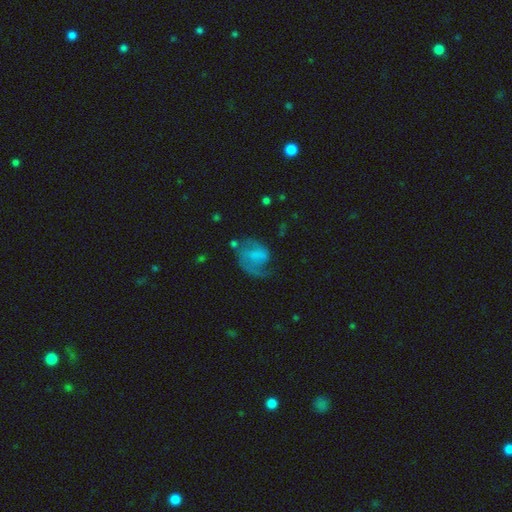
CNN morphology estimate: Overall: featured or disk (62%; smooth 29%). Edge-on disk: no (98%). Bar: no (43%, tied with weak). Spiral arms: yes (84%). Spiral arm count: 2 (60%; 1 29%). Spiral winding: medium (46%; loose 34%). Bulge size: none (49%; small 24%). Merging: none (44%; major disturbance 28%).